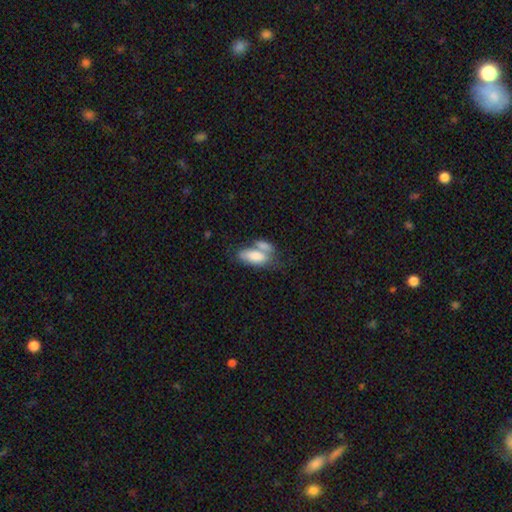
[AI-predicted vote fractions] Smooth or featured: smooth — 78% (featured or disk — 15%)
How rounded: in between — 86% (cigar-shaped — 11%)
Merging: merger — 53% (none — 27%)